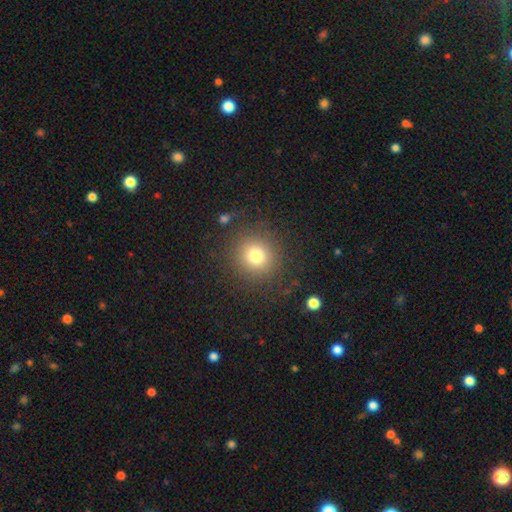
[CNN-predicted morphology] smooth 75%, star or artifact 15%, featured or disk 10%. Down the decision tree: how rounded — round (91%); merging — none (85%).